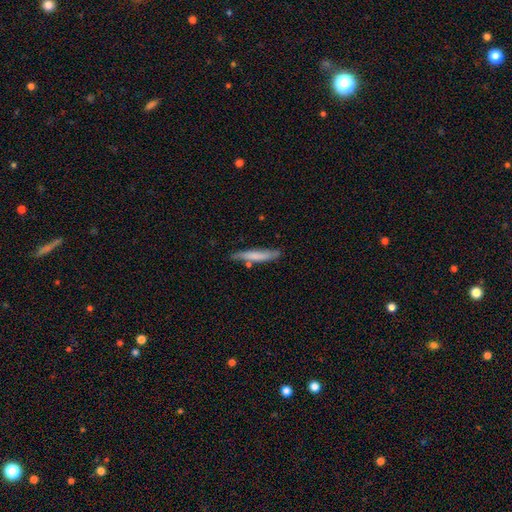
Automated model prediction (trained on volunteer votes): This is likely a smooth galaxy (68%). How rounded: clearly cigar-shaped (92%). Merging: likely none (72%).